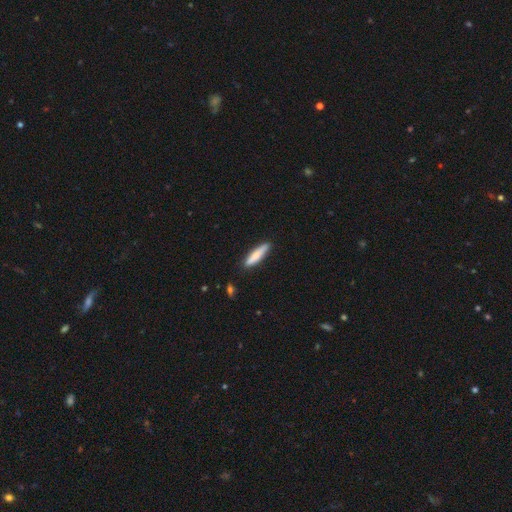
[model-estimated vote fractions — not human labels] smooth 76%, featured or disk 19%, star or artifact 5%. Down the decision tree: how rounded — cigar-shaped (84%); merging — none (87%).